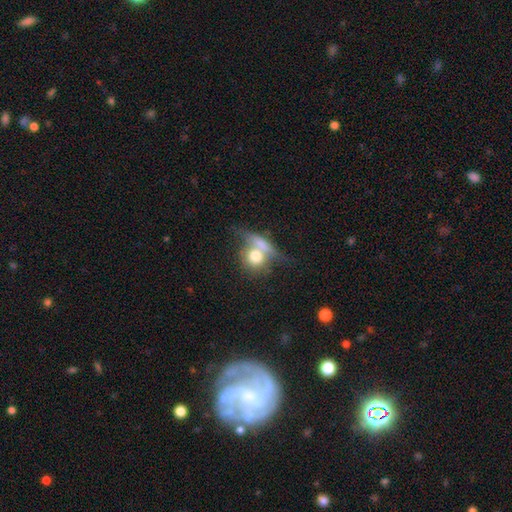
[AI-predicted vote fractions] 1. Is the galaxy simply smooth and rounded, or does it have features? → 70% smooth, 22% featured or disk, 8% star or artifact.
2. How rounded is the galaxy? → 68% round, 27% in between, 5% cigar-shaped.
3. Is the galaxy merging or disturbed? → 52% merger, 29% none, 10% minor disturbance, 9% major disturbance.